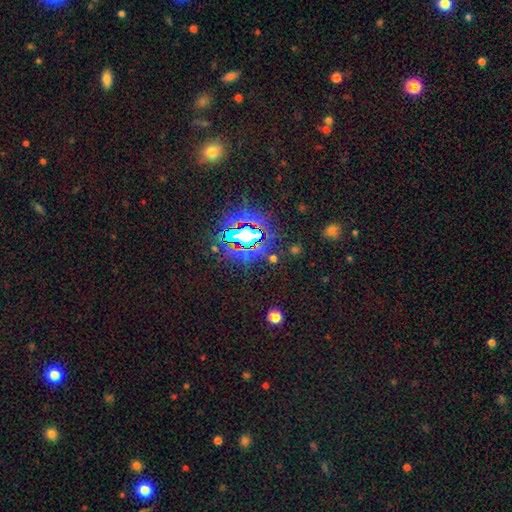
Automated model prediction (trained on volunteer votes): Overall: star or artifact (82%).